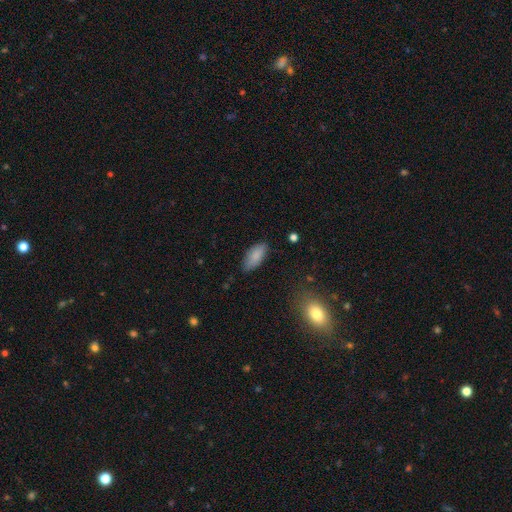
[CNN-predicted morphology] Smooth or featured? smooth (86%)
How rounded? in between (87%)
Merging? none (77%)